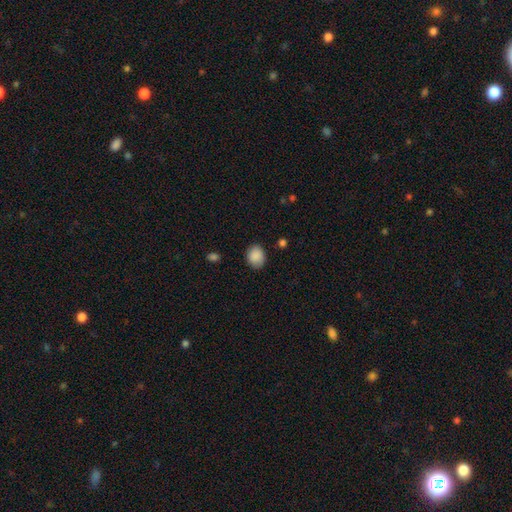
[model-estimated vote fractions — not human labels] The model was most divided on "how rounded": round: 54%, in between: 45%, cigar-shaped: 1%. More confident: smooth or featured — smooth (89%); merging — none (84%).